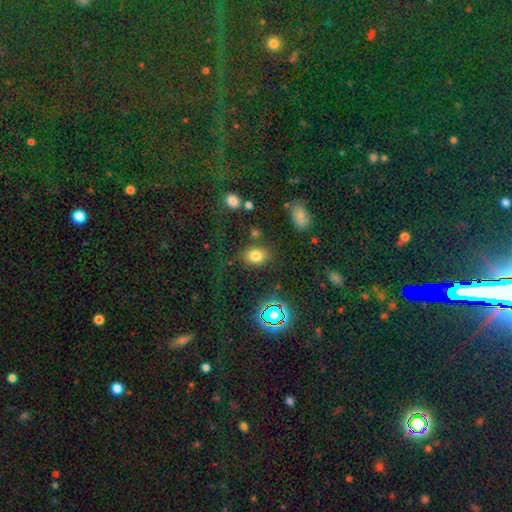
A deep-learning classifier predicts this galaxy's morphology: type=smooth (76%); roundness=in between (60%); merging=none (79%).